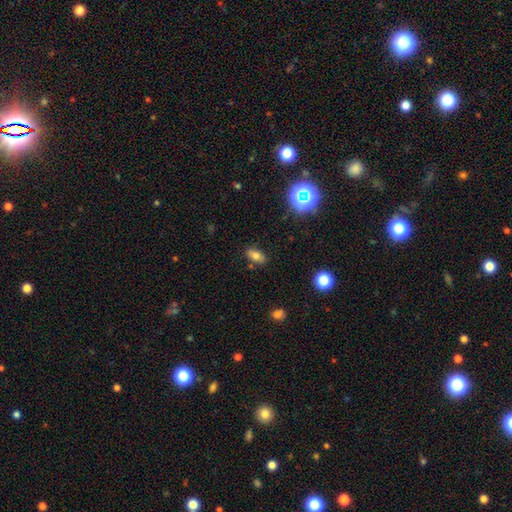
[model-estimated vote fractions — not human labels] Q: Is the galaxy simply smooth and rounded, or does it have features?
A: smooth — 71%.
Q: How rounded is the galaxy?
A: in between — 84%.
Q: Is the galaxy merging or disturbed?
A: none — 84%.